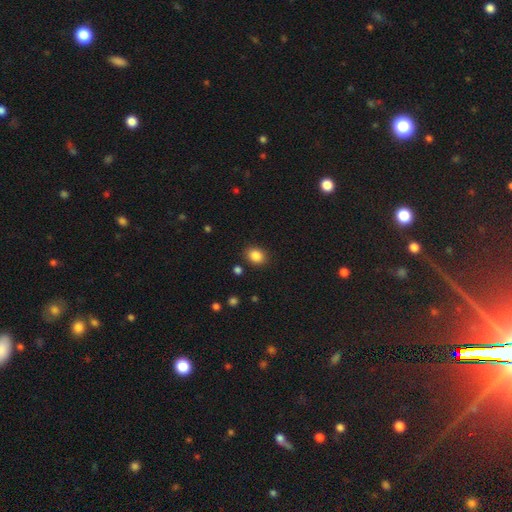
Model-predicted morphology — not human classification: type=smooth (86%); roundness=in between (55%); merging=none (86%).